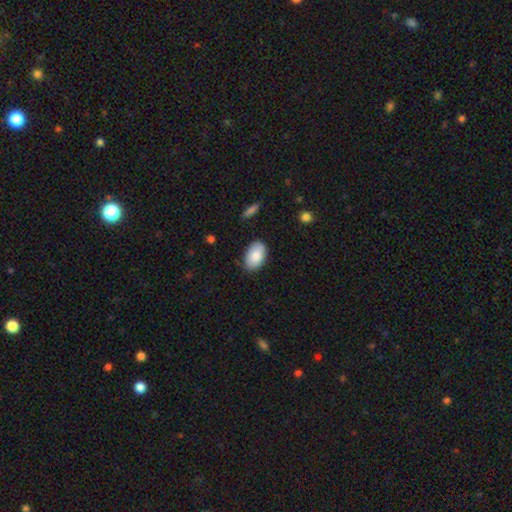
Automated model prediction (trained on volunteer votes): Q: Smooth or featured?
A: smooth (85%); runner-up: featured or disk (9%)
Q: How rounded?
A: in between (93%); runner-up: round (6%)
Q: Merging?
A: none (81%); runner-up: minor disturbance (15%)